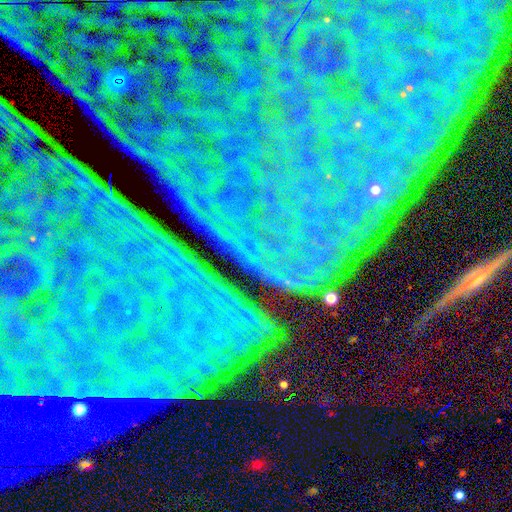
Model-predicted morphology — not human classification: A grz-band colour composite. It shows a star or artifact, not a galaxy (84%).